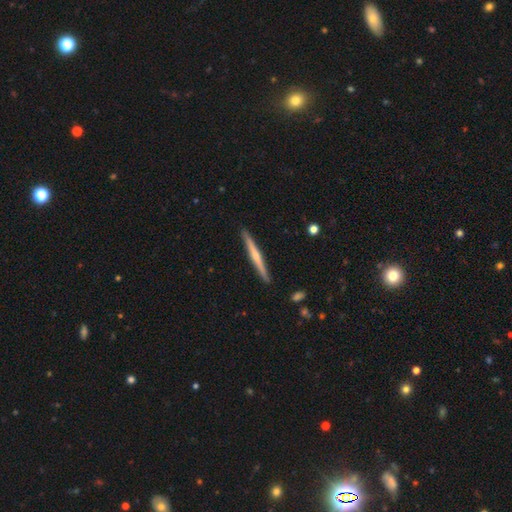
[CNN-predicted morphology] featured or disk 62%, smooth 33%, star or artifact 5%. Down the decision tree: edge-on disk — yes (98%); edge-on bulge — rounded (59%); merging — none (91%).